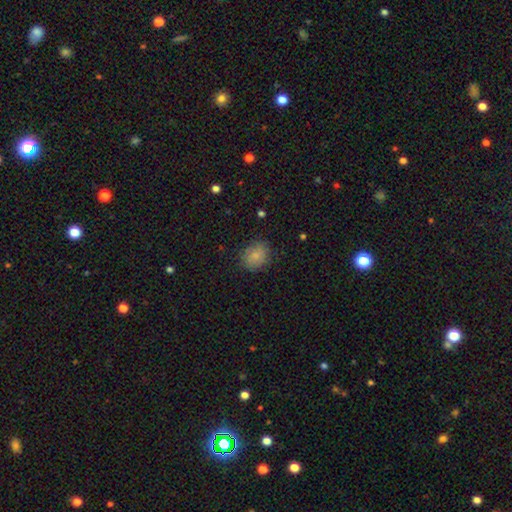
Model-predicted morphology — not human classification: Smooth or featured?
  - smooth: 83% *
  - star or artifact: 9%
  - featured or disk: 7%
How rounded?
  - round: 57% *
  - in between: 42%
  - cigar-shaped: 1%
Merging?
  - none: 82% *
  - minor disturbance: 13%
  - major disturbance: 4%
  - merger: 1%